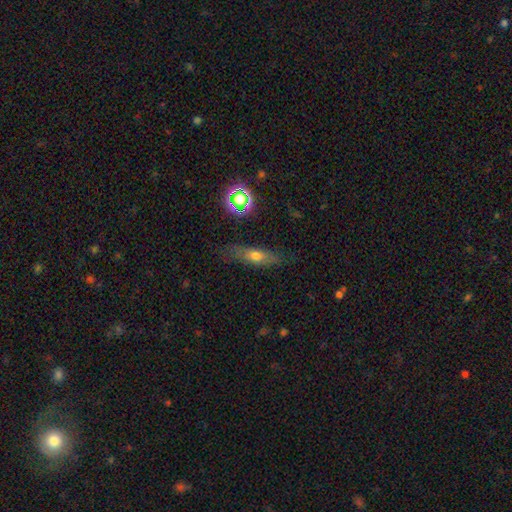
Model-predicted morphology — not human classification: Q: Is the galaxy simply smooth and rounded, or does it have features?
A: smooth — 56%.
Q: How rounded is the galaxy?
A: cigar-shaped — 56%.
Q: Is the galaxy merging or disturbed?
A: none — 78%.